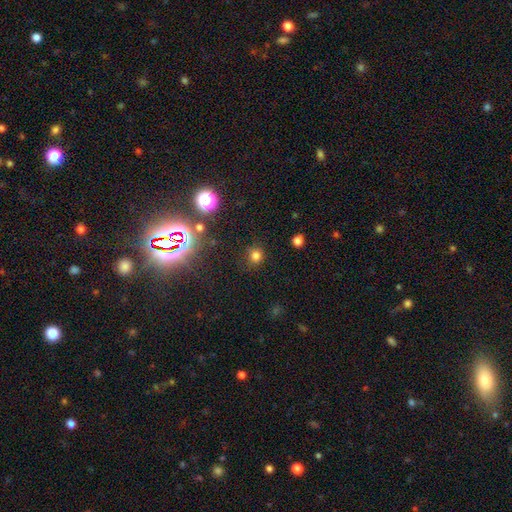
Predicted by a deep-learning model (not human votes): A smooth galaxy with no disk features (73%) that is round (87%).

Vote fractions:
- Smooth or featured? smooth: 73% / star or artifact: 21% / featured or disk: 5%
- How rounded? round: 87% / in between: 12% / cigar-shaped: 1%
- Merging? none: 83% / minor disturbance: 10% / major disturbance: 4% / merger: 3%